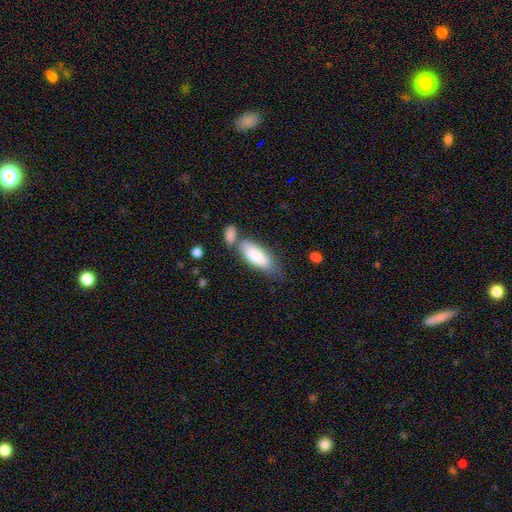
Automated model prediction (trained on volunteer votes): A smooth galaxy with no disk features (82%) that is in between round and cigar-shaped (77%).

Vote fractions:
- Smooth or featured? smooth: 82% / featured or disk: 13% / star or artifact: 6%
- How rounded? in between: 77% / cigar-shaped: 21% / round: 2%
- Merging? none: 46% / merger: 28% / minor disturbance: 19% / major disturbance: 7%